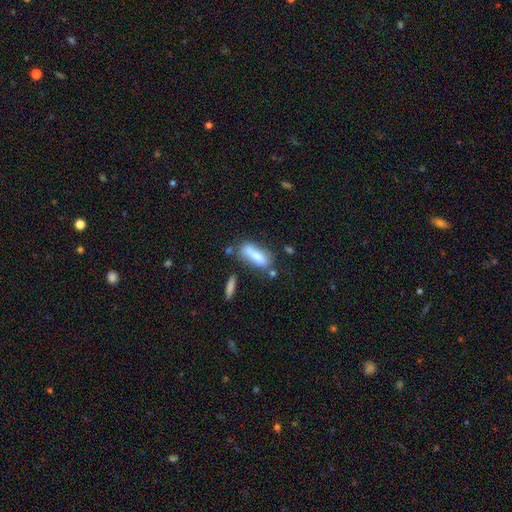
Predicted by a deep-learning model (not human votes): Q: Smooth or featured?
A: smooth (70%); runner-up: featured or disk (22%)
Q: How rounded?
A: in between (50%); runner-up: cigar-shaped (47%)
Q: Merging?
A: none (48%); runner-up: minor disturbance (22%)